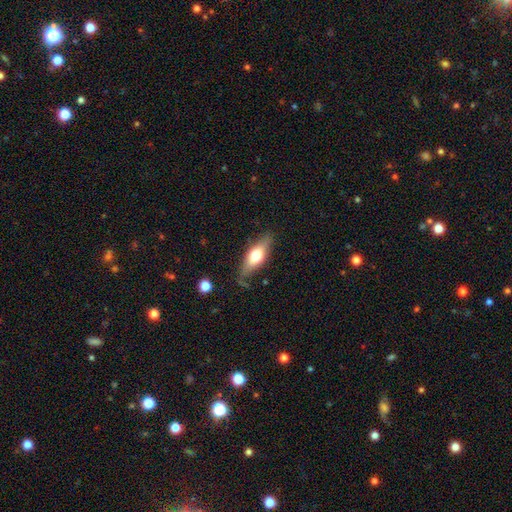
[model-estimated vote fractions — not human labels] Q: Smooth or featured?
A: smooth (55%); runner-up: featured or disk (39%)
Q: How rounded?
A: in between (63%); runner-up: cigar-shaped (33%)
Q: Merging?
A: none (73%); runner-up: minor disturbance (19%)